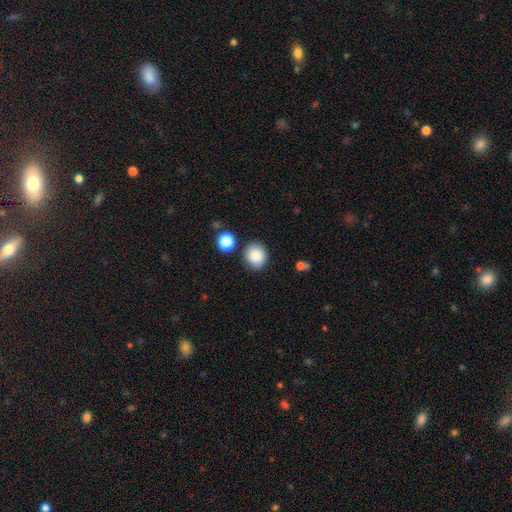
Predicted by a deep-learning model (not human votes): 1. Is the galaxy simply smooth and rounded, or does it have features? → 86% smooth, 9% star or artifact, 5% featured or disk.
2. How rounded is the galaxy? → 80% round, 19% in between, 1% cigar-shaped.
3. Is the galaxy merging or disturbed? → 82% none, 10% minor disturbance, 5% merger, 3% major disturbance.